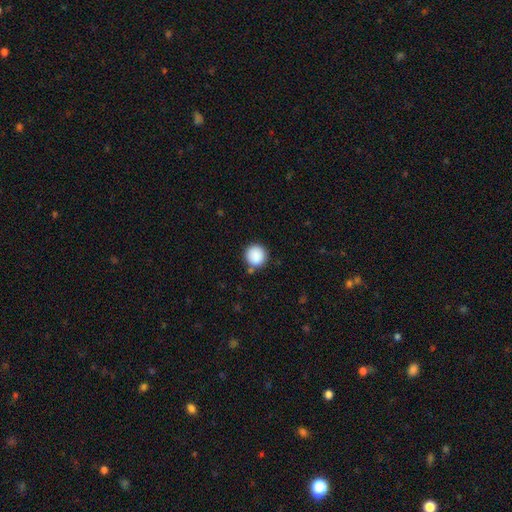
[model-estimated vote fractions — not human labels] The model was most divided on "merging": none: 84%, minor disturbance: 9%, merger: 4%, major disturbance: 3%. More confident: how rounded — round (94%); smooth or featured — smooth (89%).